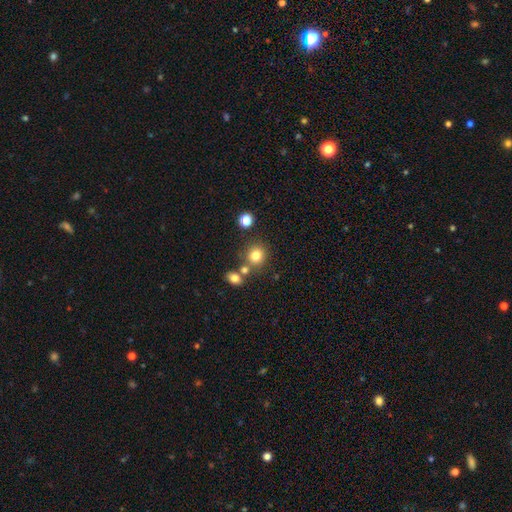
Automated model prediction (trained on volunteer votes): Q: Smooth or featured?
A: smooth (80%); runner-up: star or artifact (12%)
Q: How rounded?
A: round (86%); runner-up: in between (13%)
Q: Merging?
A: none (71%); runner-up: merger (16%)